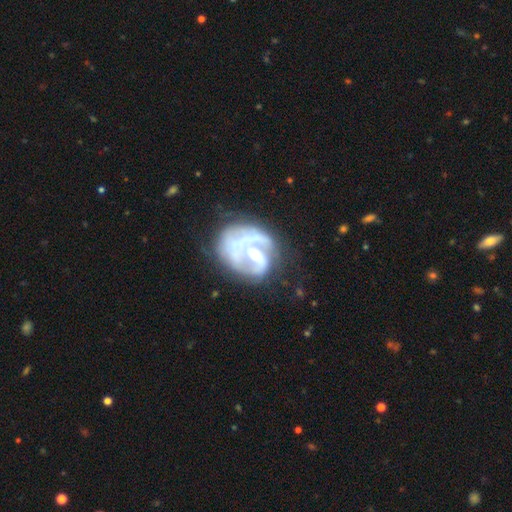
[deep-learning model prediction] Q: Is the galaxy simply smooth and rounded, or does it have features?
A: featured or disk — 74%.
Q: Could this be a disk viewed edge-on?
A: no — 98%.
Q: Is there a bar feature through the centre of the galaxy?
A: no — 52%.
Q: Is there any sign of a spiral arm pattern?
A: yes — 70%.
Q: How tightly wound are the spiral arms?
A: tight — 37%.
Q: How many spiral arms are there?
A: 1 — 59%.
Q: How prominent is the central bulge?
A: moderate — 54%.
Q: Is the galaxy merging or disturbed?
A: none — 39%.